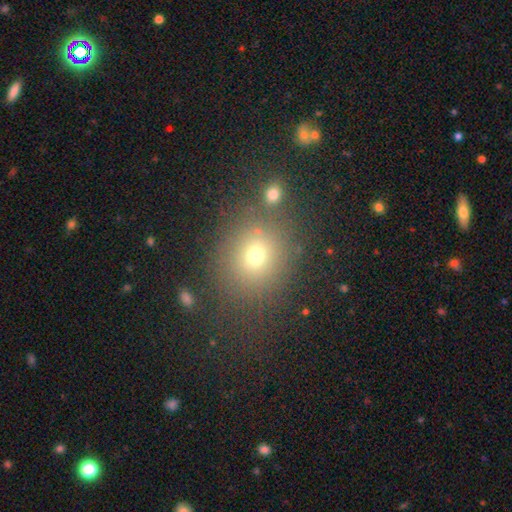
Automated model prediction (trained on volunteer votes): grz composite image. It shows a smooth galaxy with no disk features (68%) that is round (76%). Merging: none (77%).